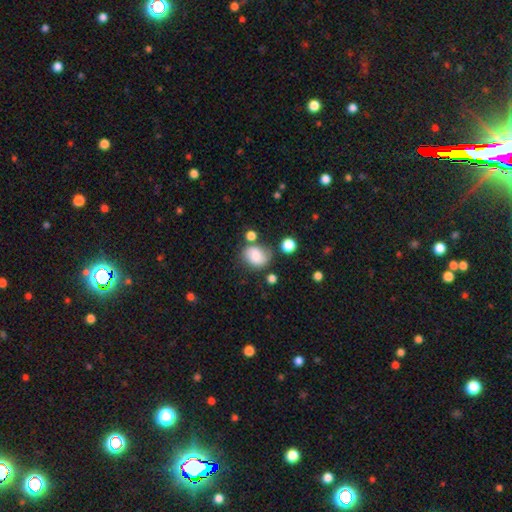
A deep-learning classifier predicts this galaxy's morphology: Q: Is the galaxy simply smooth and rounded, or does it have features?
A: smooth — 65%.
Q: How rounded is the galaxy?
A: in between — 52%.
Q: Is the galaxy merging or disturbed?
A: none — 62%.